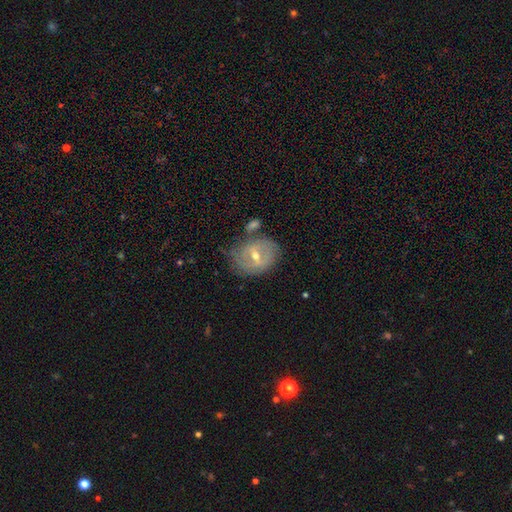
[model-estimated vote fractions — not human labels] A featured or disk galaxy (67%) with a weak bar (51%), spiral arms (60%) and a moderate central bulge (59%). Merging: none (58%).